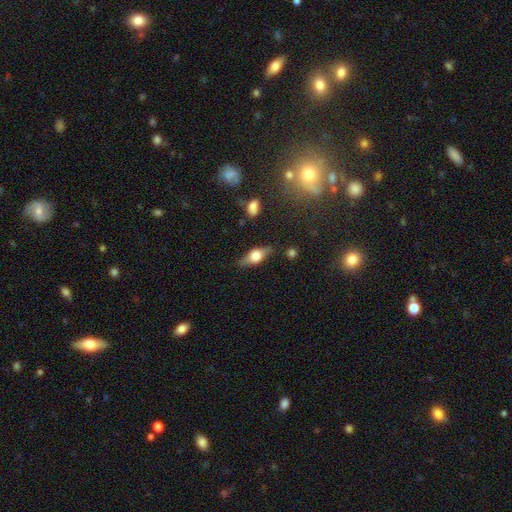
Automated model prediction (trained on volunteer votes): This appears to be a featured or disk galaxy (52%) viewed edge-on (90%). Merging: none (79%).